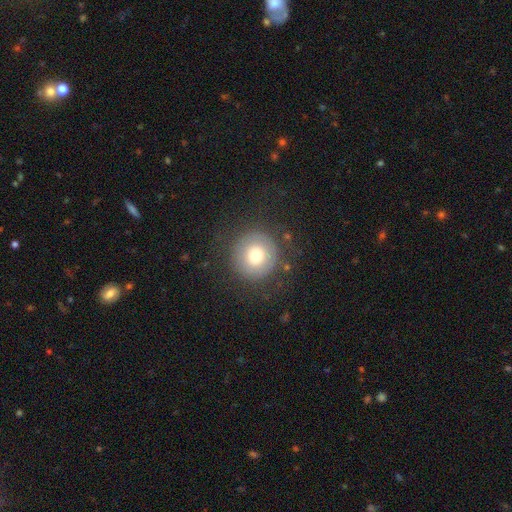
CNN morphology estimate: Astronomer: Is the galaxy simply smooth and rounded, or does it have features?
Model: smooth — 68%.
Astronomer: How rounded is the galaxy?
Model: round — 95%.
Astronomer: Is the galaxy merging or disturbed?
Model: none — 83%.